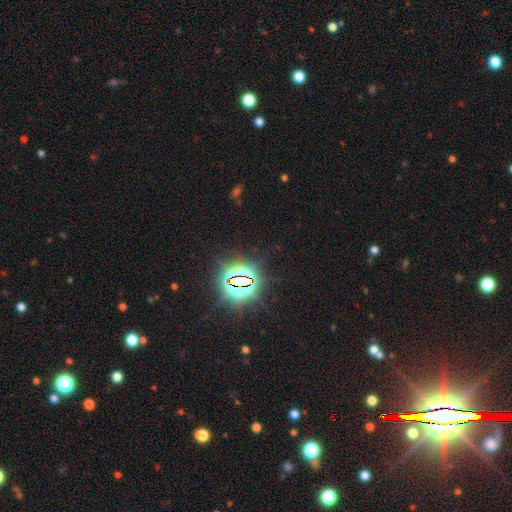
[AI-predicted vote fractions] This is clearly a star or artifact rather than a galaxy (84%).